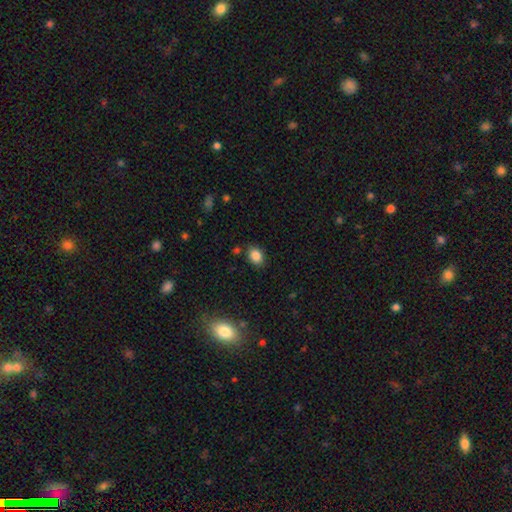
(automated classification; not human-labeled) Q: Smooth or featured?
A: smooth (86%); runner-up: star or artifact (10%)
Q: How rounded?
A: in between (68%); runner-up: round (31%)
Q: Merging?
A: none (83%); runner-up: minor disturbance (11%)